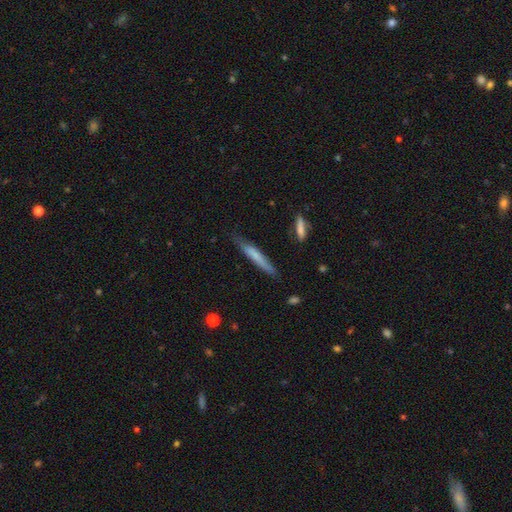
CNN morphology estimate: This is likely a smooth galaxy (64%). How rounded: clearly cigar-shaped (93%). Merging: likely none (72%).